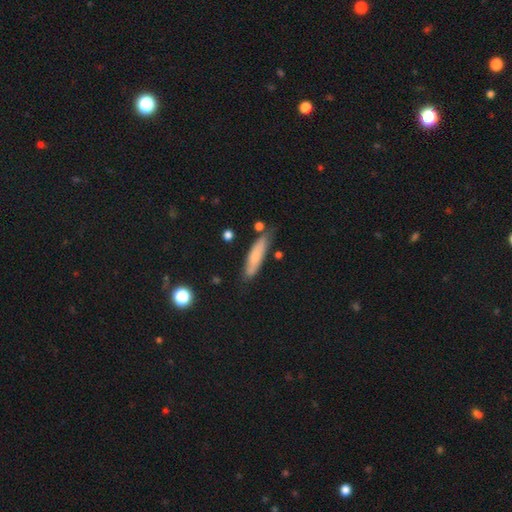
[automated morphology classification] Overall: smooth (72%). How rounded: cigar-shaped (75%). Merging: none (74%).